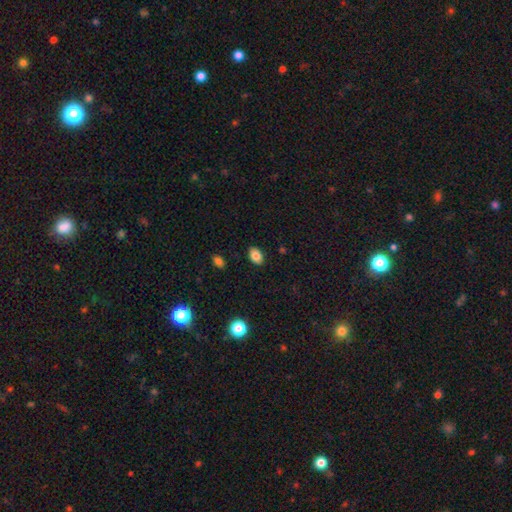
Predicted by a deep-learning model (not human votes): smooth_or_featured: smooth (p=0.83) [alt: star or artifact p=0.09]
how_rounded: in between (p=0.85) [alt: round p=0.14]
merging: none (p=0.88) [alt: minor disturbance p=0.09]